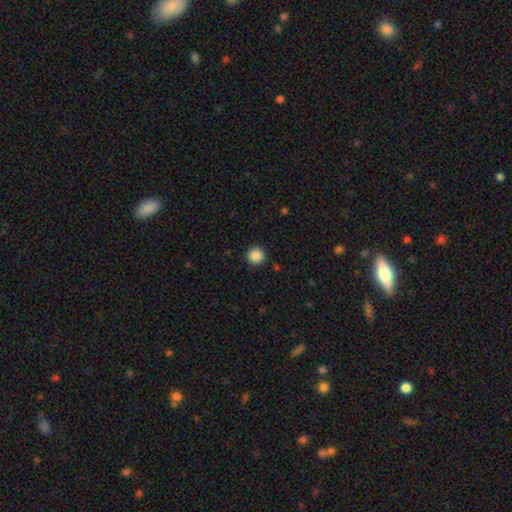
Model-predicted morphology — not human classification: Smooth or featured: smooth — 87% (star or artifact — 10%)
How rounded: round — 95% (in between — 4%)
Merging: none — 91% (minor disturbance — 6%)